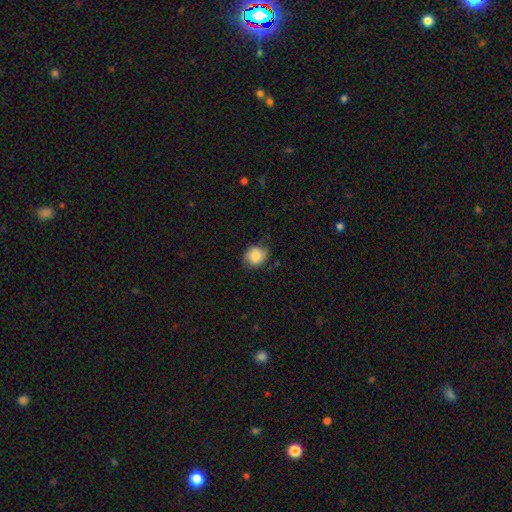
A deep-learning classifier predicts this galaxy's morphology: Q: Smooth or featured?
A: smooth (83%); runner-up: featured or disk (9%)
Q: How rounded?
A: round (73%); runner-up: in between (26%)
Q: Merging?
A: none (70%); runner-up: minor disturbance (23%)